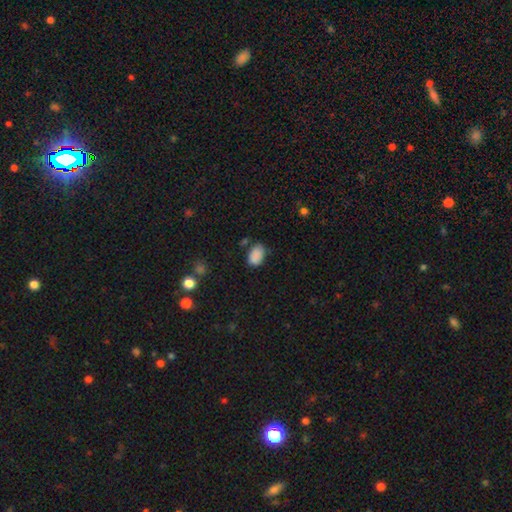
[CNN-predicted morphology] Q: Smooth or featured?
A: smooth (87%); runner-up: star or artifact (9%)
Q: How rounded?
A: in between (88%); runner-up: round (11%)
Q: Merging?
A: none (71%); runner-up: minor disturbance (20%)